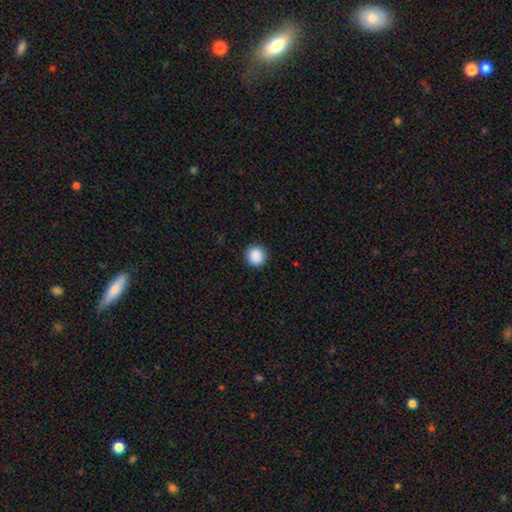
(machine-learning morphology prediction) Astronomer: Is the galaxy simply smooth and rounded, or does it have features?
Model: smooth — 89%.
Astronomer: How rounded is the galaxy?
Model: round — 95%.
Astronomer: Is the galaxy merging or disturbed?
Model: none — 92%.